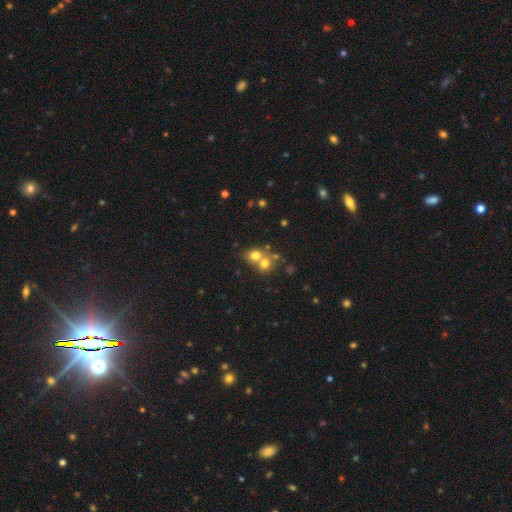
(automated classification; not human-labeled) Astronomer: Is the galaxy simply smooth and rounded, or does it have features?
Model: smooth — 70%.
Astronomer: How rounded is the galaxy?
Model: round — 69%.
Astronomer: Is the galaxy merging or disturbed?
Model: merger — 57% (runner-up: none, 34%).